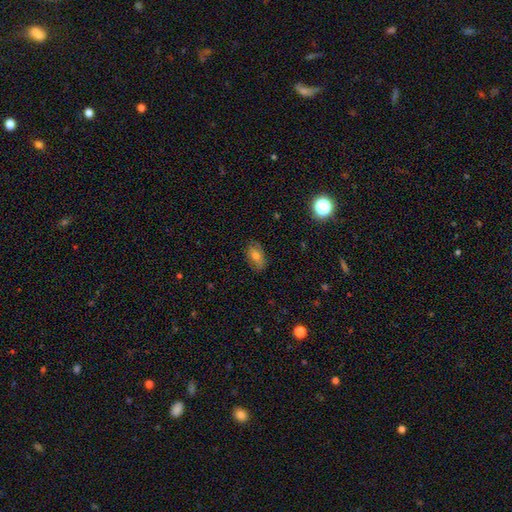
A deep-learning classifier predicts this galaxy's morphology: Smooth or featured: smooth — 69% (featured or disk — 17%)
How rounded: in between — 84% (round — 13%)
Merging: none — 81% (minor disturbance — 14%)